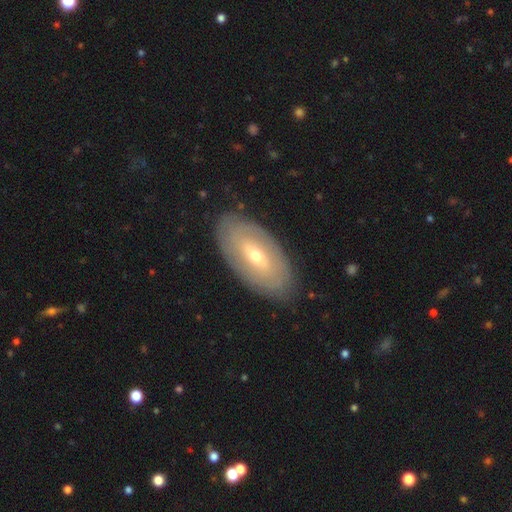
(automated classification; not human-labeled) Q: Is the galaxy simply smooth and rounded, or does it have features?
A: featured or disk — 61%.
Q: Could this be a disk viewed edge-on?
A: no — 86%.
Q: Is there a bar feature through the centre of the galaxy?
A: no — 42%.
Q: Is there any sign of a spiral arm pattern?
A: no — 54%.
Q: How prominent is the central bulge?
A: small — 50%.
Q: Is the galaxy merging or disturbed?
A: none — 85%.